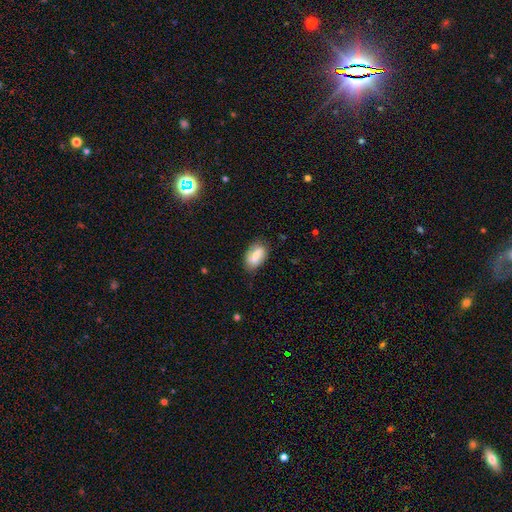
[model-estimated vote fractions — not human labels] A smooth galaxy with no disk features (67%) that is in between round and cigar-shaped (90%). Merging: none (71%).